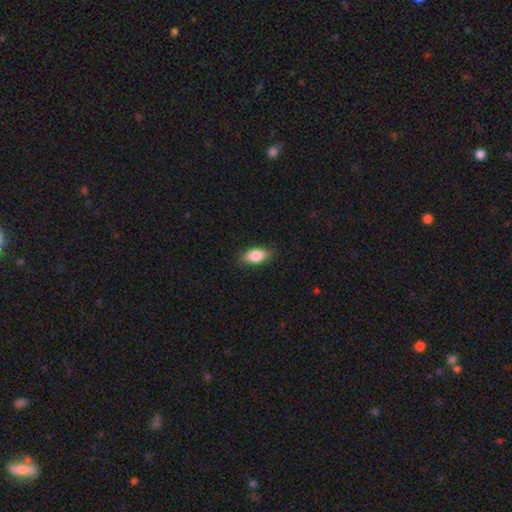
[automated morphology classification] Smooth or featured?
  - smooth: 85% *
  - featured or disk: 9%
  - star or artifact: 7%
How rounded?
  - in between: 89% *
  - cigar-shaped: 7%
  - round: 4%
Merging?
  - none: 85% *
  - minor disturbance: 11%
  - major disturbance: 2%
  - merger: 1%